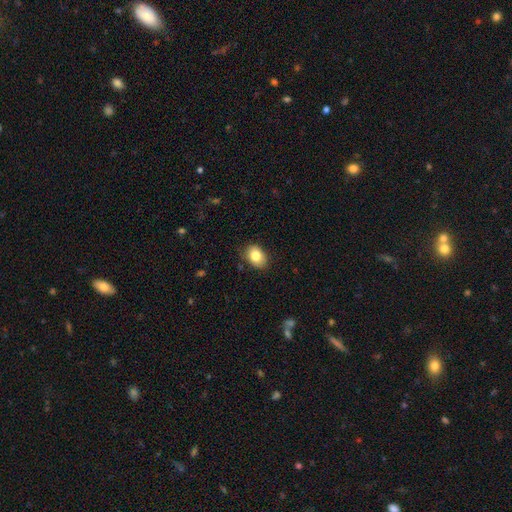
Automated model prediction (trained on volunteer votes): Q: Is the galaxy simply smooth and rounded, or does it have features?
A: smooth — 83%.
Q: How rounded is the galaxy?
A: in between — 74%.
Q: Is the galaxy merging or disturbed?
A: none — 81%.